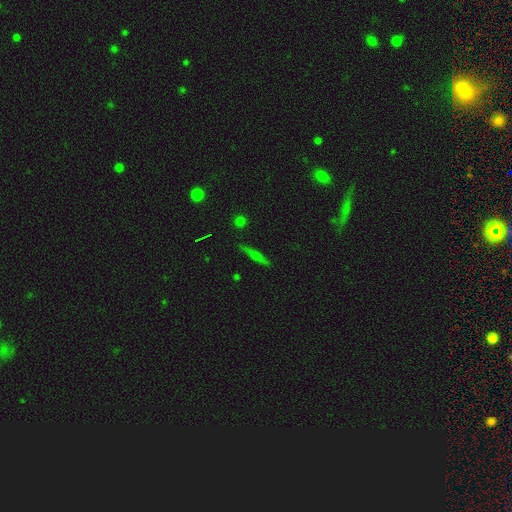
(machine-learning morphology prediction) Smooth or featured: featured or disk — 47% (smooth — 39%)
Merging: none — 87% (minor disturbance — 9%)